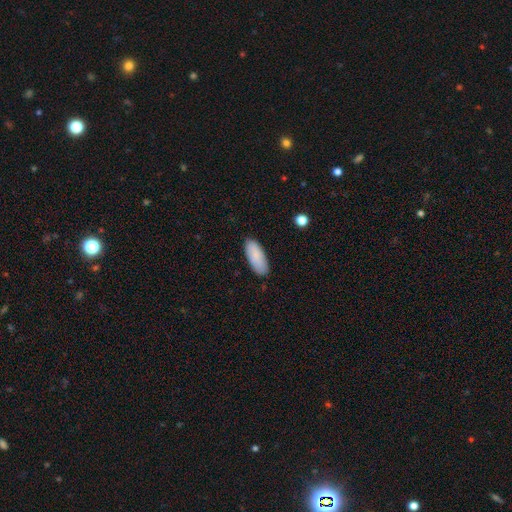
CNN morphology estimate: Smooth or featured?
  - smooth: 86% *
  - featured or disk: 8%
  - star or artifact: 6%
How rounded?
  - in between: 81% *
  - cigar-shaped: 17%
  - round: 2%
Merging?
  - none: 86% *
  - minor disturbance: 11%
  - major disturbance: 2%
  - merger: 1%